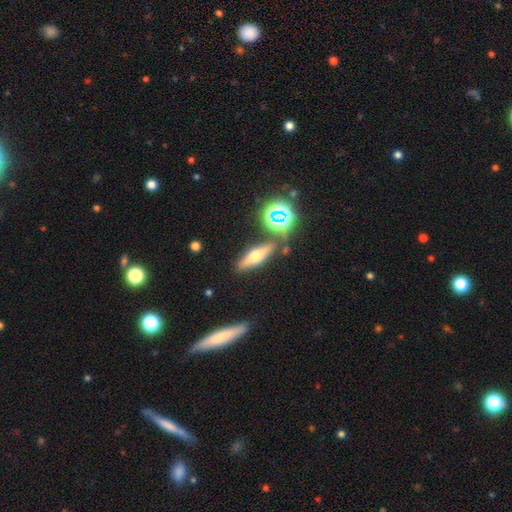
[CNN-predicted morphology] A featured or disk galaxy (45%). Merging: none (81%).